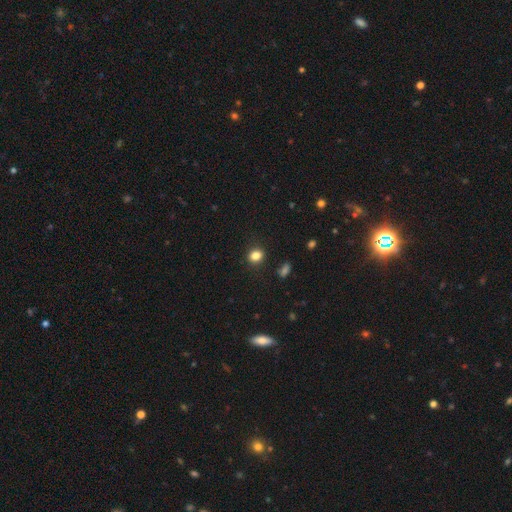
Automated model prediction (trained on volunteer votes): smooth 83%, star or artifact 12%, featured or disk 5%. Down the decision tree: how rounded — round (63%); merging — none (86%).